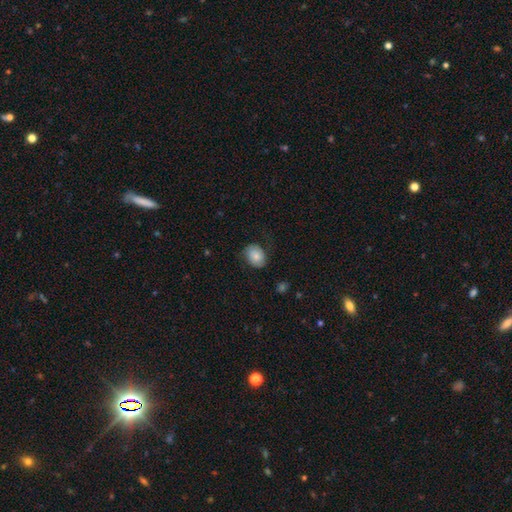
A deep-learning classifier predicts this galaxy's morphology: This is likely a smooth galaxy (72%). How rounded: likely in between (68%). Merging: likely none (67%).